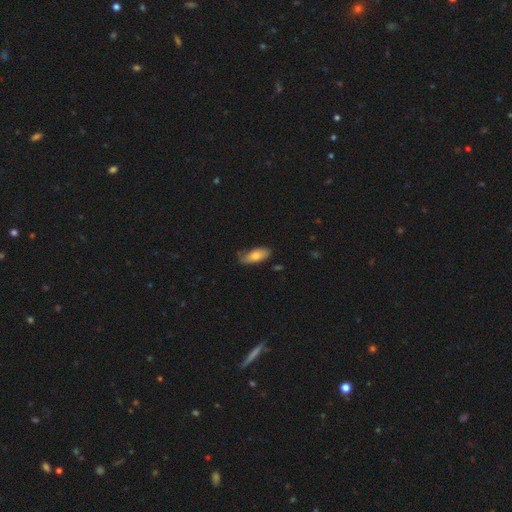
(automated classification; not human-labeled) This is likely a smooth galaxy (72%). How rounded: clearly in between (83%). Merging: possibly none (57%).